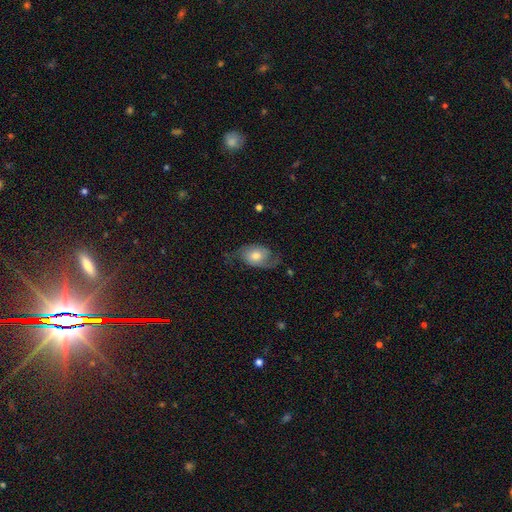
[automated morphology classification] Q: Smooth or featured?
A: featured or disk (61%); runner-up: smooth (32%)
Q: Edge-on disk?
A: no (95%); runner-up: yes (5%)
Q: Bar?
A: no (73%); runner-up: weak (23%)
Q: Spiral arms?
A: yes (87%); runner-up: no (13%)
Q: Spiral winding?
A: loose (45%); runner-up: medium (38%)
Q: Spiral arm count?
A: 2 (81%); runner-up: 1 (10%)
Q: Bulge size?
A: moderate (64%); runner-up: large (18%)
Q: Merging?
A: none (60%); runner-up: minor disturbance (23%)